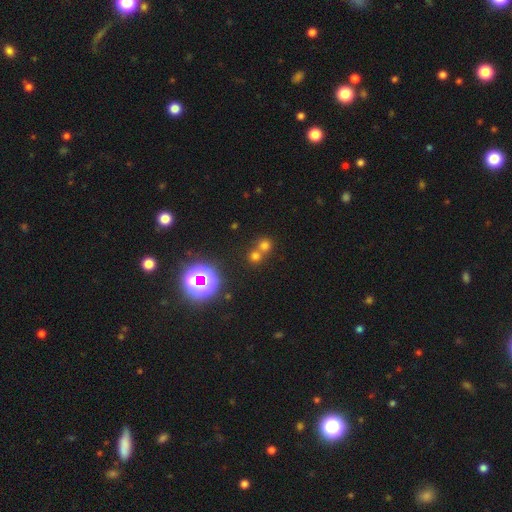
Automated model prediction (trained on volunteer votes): Smooth or featured: smooth — 54% (star or artifact — 37%)
How rounded: round — 89% (in between — 10%)
Merging: none — 52% (merger — 40%)